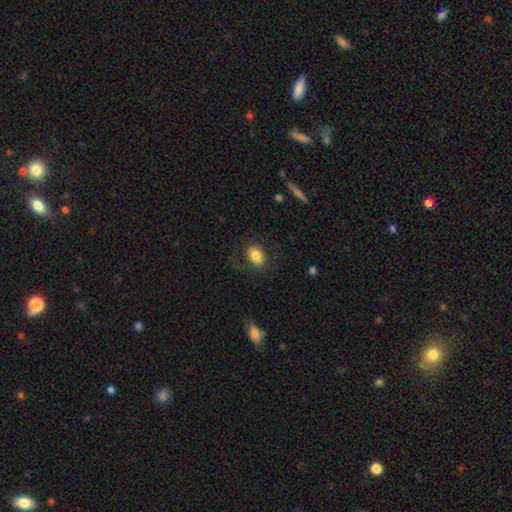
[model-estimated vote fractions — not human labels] A smooth galaxy with no disk features (78%) that is in between round and cigar-shaped (73%). Merging: none (74%).